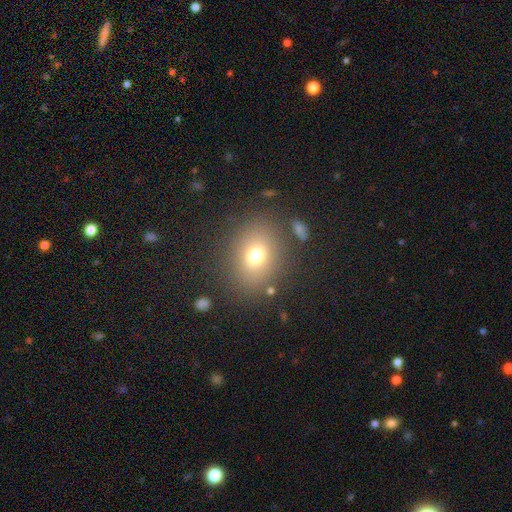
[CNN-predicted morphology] Q: Smooth or featured?
A: smooth (71%); runner-up: star or artifact (15%)
Q: How rounded?
A: round (59%); runner-up: in between (40%)
Q: Merging?
A: none (81%); runner-up: minor disturbance (10%)